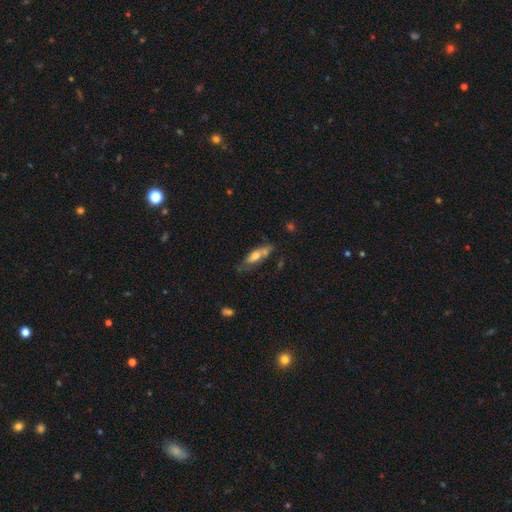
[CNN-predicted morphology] Overall: smooth (57%; featured or disk 36%). How rounded: in between (56%; cigar-shaped 41%). Merging: none (51%; minor disturbance 25%).